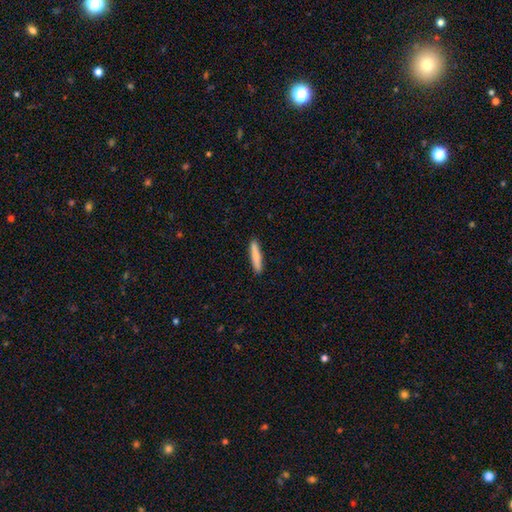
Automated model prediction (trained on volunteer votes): This is clearly a smooth galaxy (83%). How rounded: clearly cigar-shaped (91%). Merging: clearly none (90%).